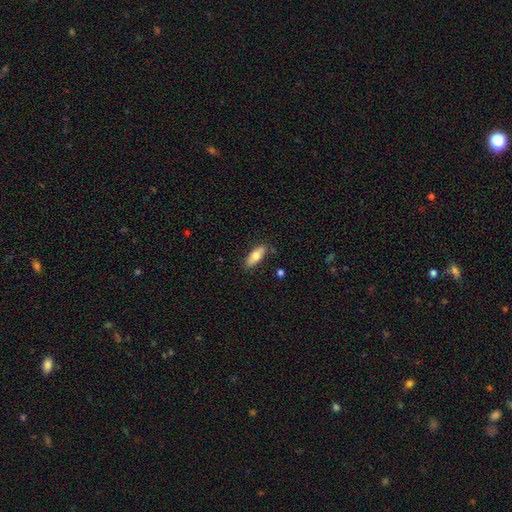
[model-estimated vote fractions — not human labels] smooth 73%, featured or disk 21%, star or artifact 6%. Down the decision tree: how rounded — in between (70%); merging — none (83%).